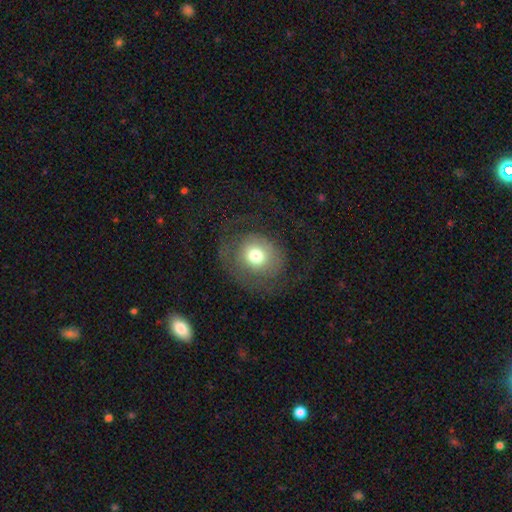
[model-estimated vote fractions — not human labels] This is possibly a smooth galaxy (59%). How rounded: clearly round (83%). Merging: possibly none (55%).